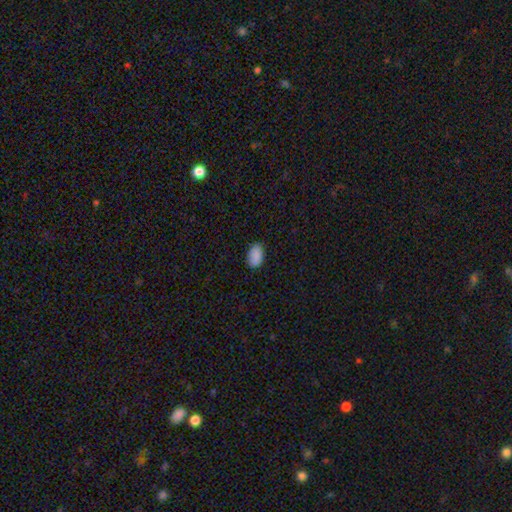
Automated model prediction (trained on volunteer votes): This is clearly a smooth galaxy (89%). How rounded: clearly in between (91%). Merging: clearly none (84%).